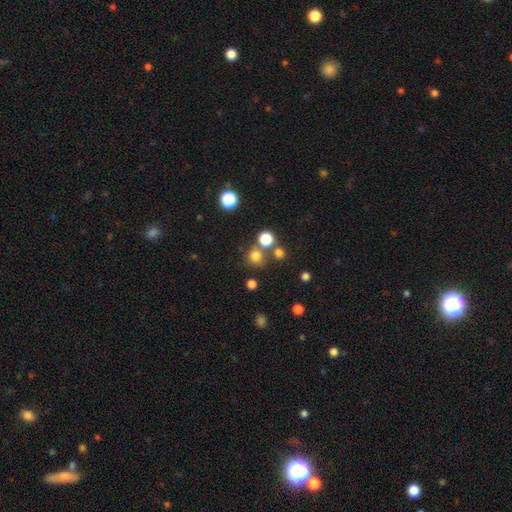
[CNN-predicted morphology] The model was most divided on "merging": none: 70%, merger: 17%, minor disturbance: 8%, major disturbance: 4%. More confident: how rounded — round (90%); smooth or featured — smooth (74%).